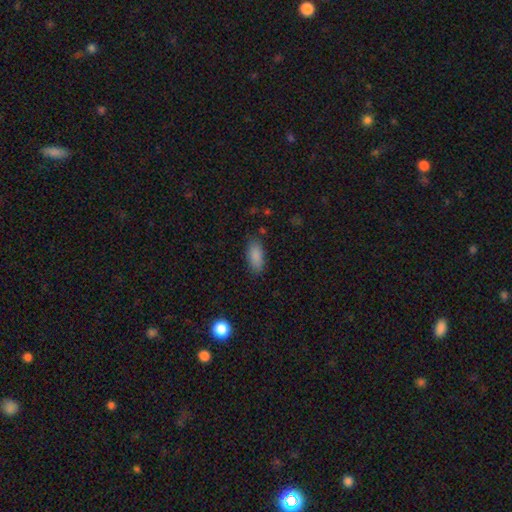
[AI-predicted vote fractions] Smooth or featured?
  - smooth: 88% *
  - star or artifact: 8%
  - featured or disk: 5%
How rounded?
  - in between: 88% *
  - cigar-shaped: 10%
  - round: 2%
Merging?
  - none: 83% *
  - minor disturbance: 13%
  - major disturbance: 3%
  - merger: 2%